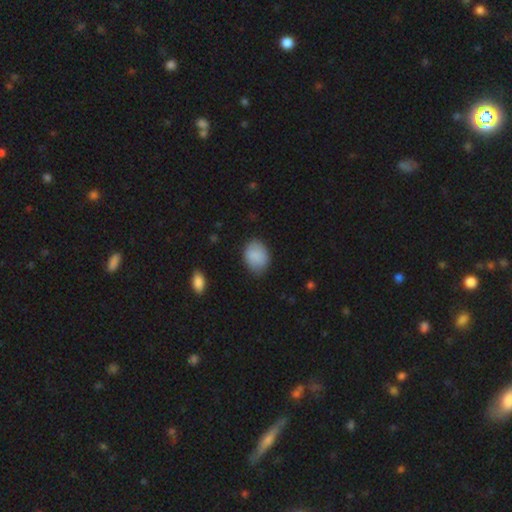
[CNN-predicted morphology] Smooth or featured? smooth (87%)
How rounded? in between (65%)
Merging? none (77%)